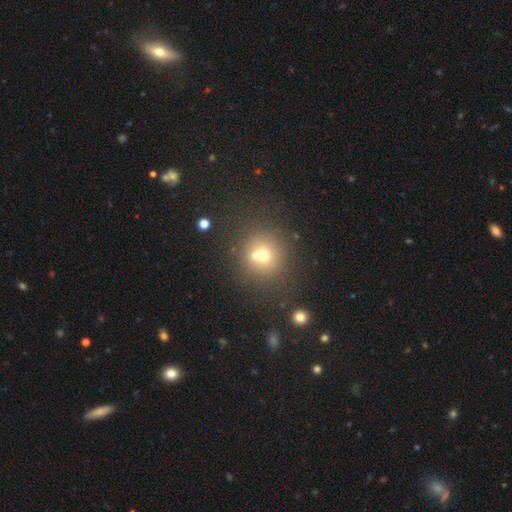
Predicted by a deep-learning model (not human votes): Smooth or featured? smooth (65%)
How rounded? round (89%)
Merging? none (56%)